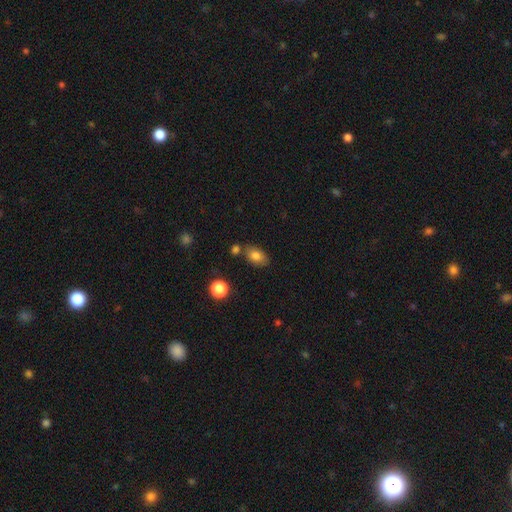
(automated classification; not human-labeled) Smooth or featured?
  - smooth: 81% *
  - featured or disk: 10%
  - star or artifact: 9%
How rounded?
  - in between: 84% *
  - round: 14%
  - cigar-shaped: 2%
Merging?
  - none: 71% *
  - minor disturbance: 15%
  - merger: 11%
  - major disturbance: 4%